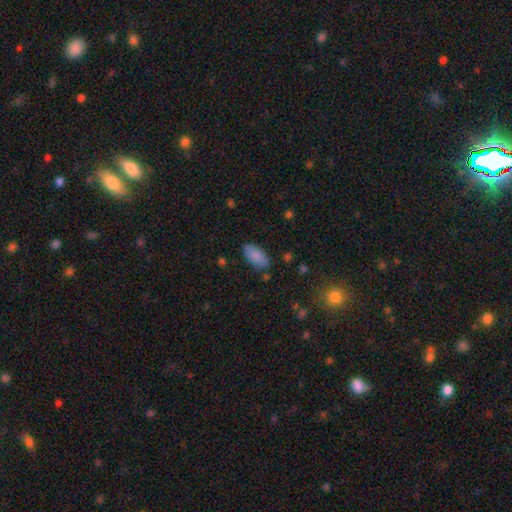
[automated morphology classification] Smooth or featured?
  - smooth: 86% *
  - star or artifact: 7%
  - featured or disk: 7%
How rounded?
  - in between: 93% *
  - cigar-shaped: 5%
  - round: 2%
Merging?
  - none: 81% *
  - minor disturbance: 14%
  - major disturbance: 3%
  - merger: 2%